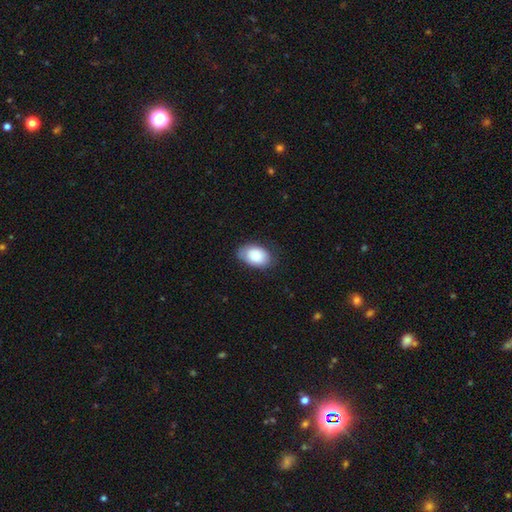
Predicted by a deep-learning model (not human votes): This appears to be a smooth galaxy with no disk features (83%) that is in between round and cigar-shaped (89%). Merging: none (74%).